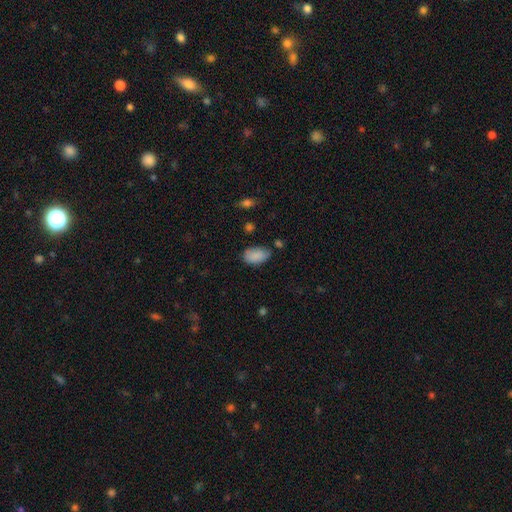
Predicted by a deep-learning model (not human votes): Morphology: type=smooth (87%); roundness=in between (92%); merging=none (69%).